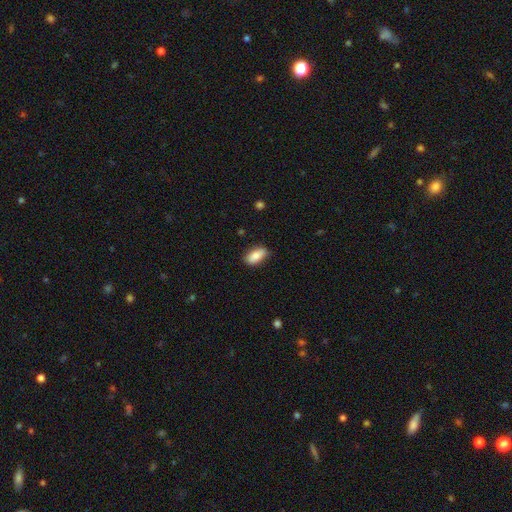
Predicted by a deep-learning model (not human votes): Smooth or featured? Predicted: smooth (p=0.83). How rounded? Predicted: in between (p=0.88). Merging? Predicted: none (p=0.83).